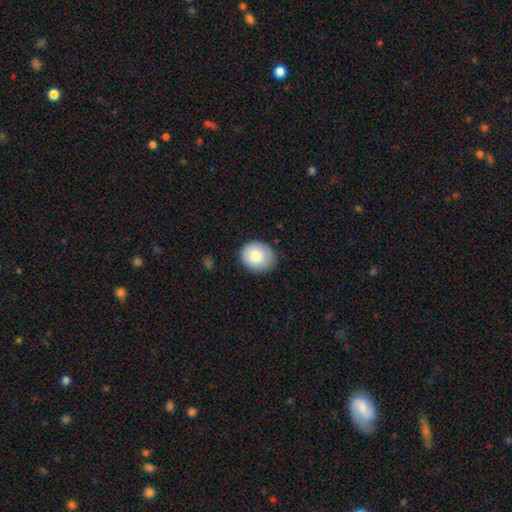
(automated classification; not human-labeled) Overall: smooth (81%). How rounded: round (68%; in between 31%). Merging: none (82%).